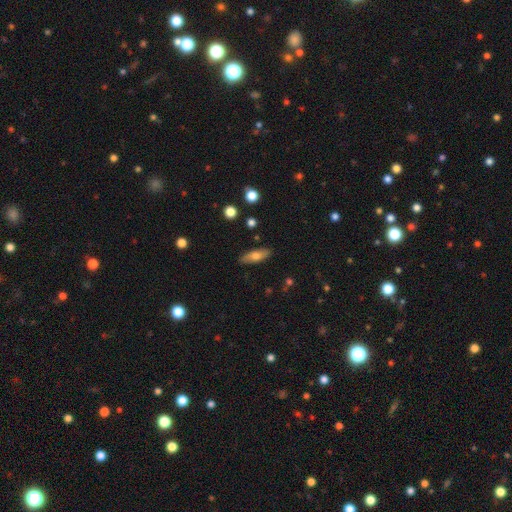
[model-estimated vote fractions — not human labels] Smooth or featured: smooth — 68% (featured or disk — 24%)
How rounded: in between — 58% (cigar-shaped — 39%)
Merging: none — 86% (minor disturbance — 10%)